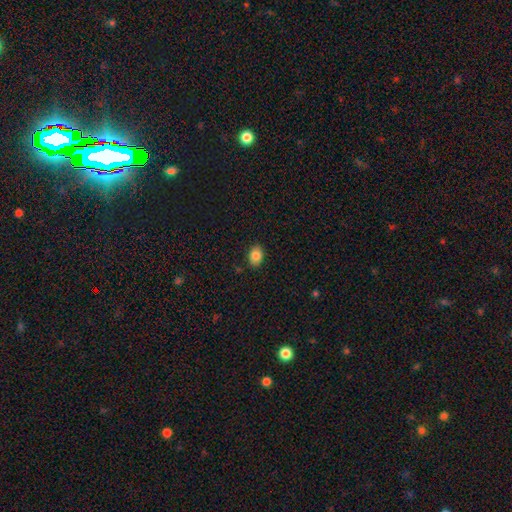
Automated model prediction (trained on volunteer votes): Smooth or featured?
  - smooth: 85% *
  - star or artifact: 9%
  - featured or disk: 7%
How rounded?
  - in between: 78% *
  - round: 21%
  - cigar-shaped: 1%
Merging?
  - none: 88% *
  - minor disturbance: 9%
  - major disturbance: 2%
  - merger: 1%